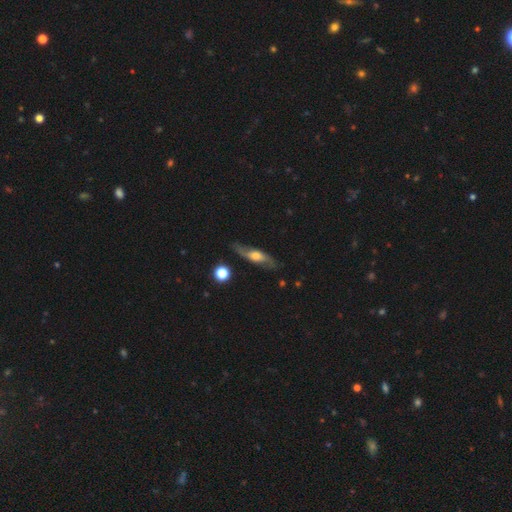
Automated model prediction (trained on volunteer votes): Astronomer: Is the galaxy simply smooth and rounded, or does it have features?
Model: featured or disk — 64%.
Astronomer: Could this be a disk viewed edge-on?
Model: no — 56% (runner-up: yes, 44%).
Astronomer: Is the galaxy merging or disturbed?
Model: none — 73%.